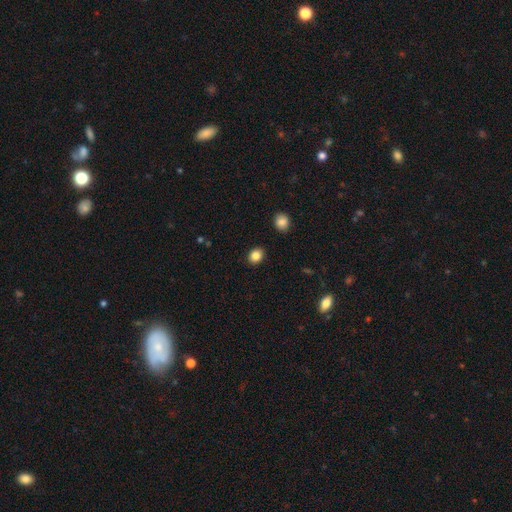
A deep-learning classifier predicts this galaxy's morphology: smooth-or-featured: smooth: 85% | star or artifact: 10% | featured or disk: 5%
  how-rounded: round: 62% | in between: 37% | cigar-shaped: 1%
  merging: none: 90% | minor disturbance: 6% | major disturbance: 2% | merger: 1%